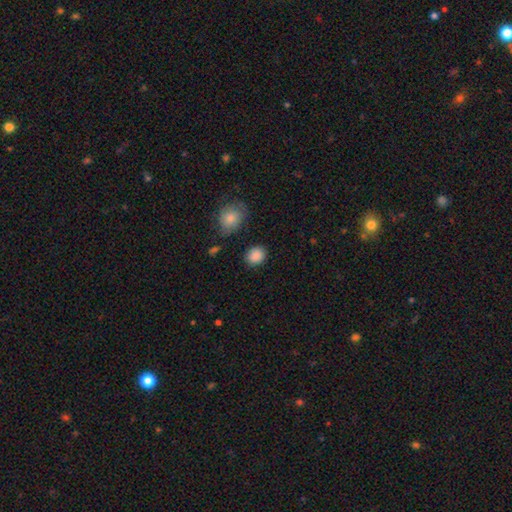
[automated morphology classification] This is clearly a smooth galaxy (88%). How rounded: likely round (67%). Merging: clearly none (84%).